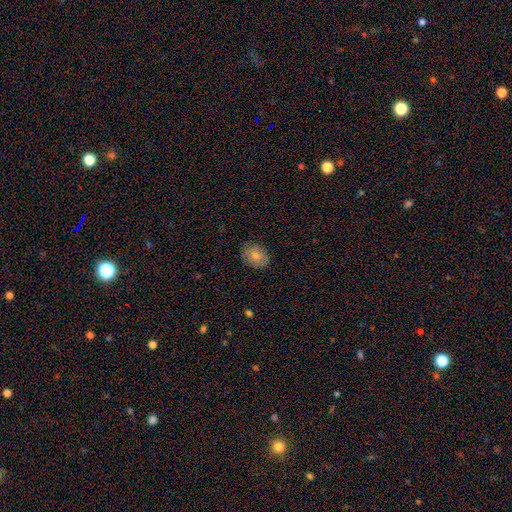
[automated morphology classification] smooth_or_featured: smooth (p=0.77) [alt: featured or disk p=0.15]
how_rounded: in between (p=0.54) [alt: round p=0.45]
merging: none (p=0.80) [alt: minor disturbance p=0.16]